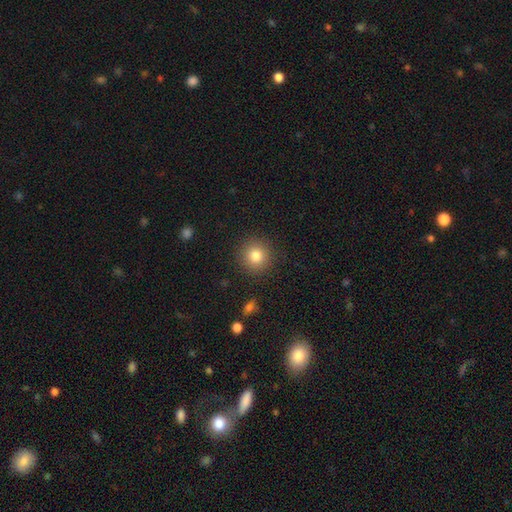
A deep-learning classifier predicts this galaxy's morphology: A smooth galaxy with no disk features (82%) that is round (93%). Merging: none (89%).